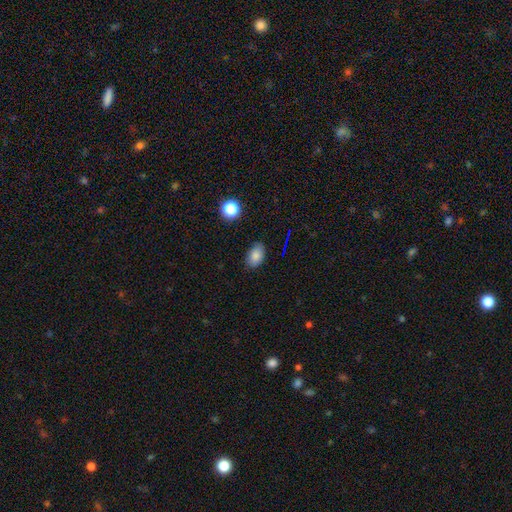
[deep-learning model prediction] This is clearly a smooth galaxy (82%). How rounded: clearly in between (86%). Merging: clearly none (81%).